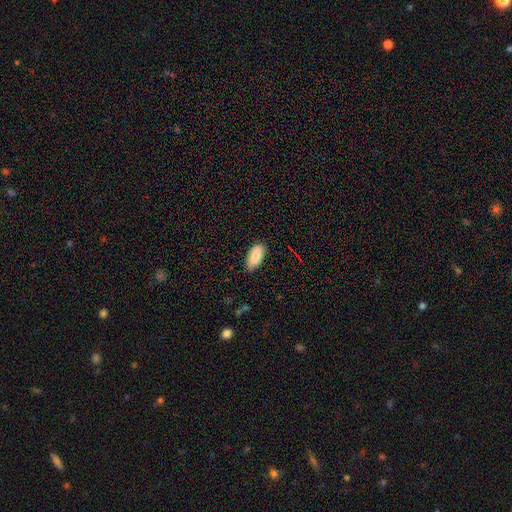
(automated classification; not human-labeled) This appears to be a smooth galaxy with no disk features (83%) that is in between round and cigar-shaped (86%). Merging: none (76%).